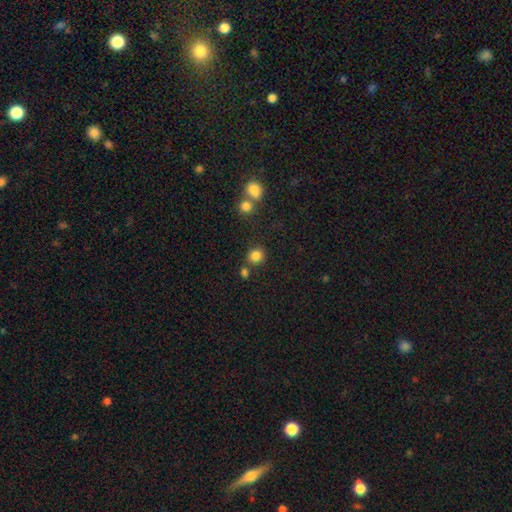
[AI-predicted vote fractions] Smooth or featured?
  - smooth: 83% *
  - star or artifact: 12%
  - featured or disk: 4%
How rounded?
  - round: 82% *
  - in between: 17%
  - cigar-shaped: 1%
Merging?
  - none: 73% *
  - merger: 14%
  - minor disturbance: 9%
  - major disturbance: 4%